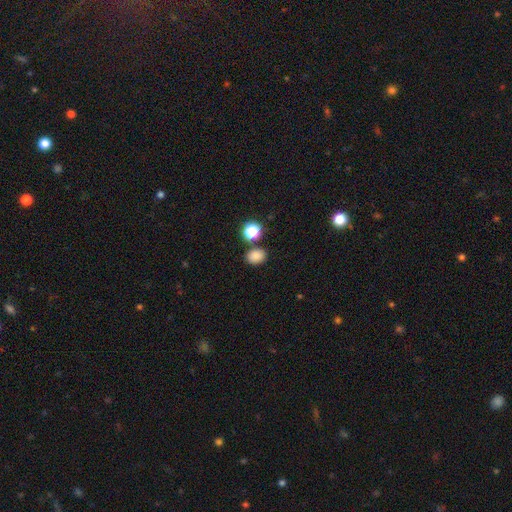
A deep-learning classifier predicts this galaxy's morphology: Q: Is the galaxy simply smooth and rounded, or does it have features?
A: smooth — 82%.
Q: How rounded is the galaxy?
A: in between — 58%.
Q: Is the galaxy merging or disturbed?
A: none — 78%.